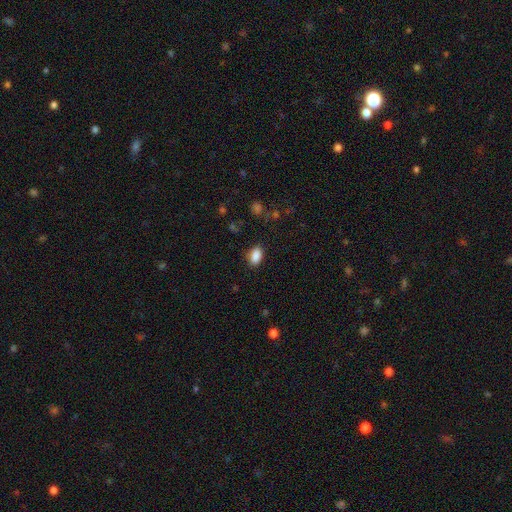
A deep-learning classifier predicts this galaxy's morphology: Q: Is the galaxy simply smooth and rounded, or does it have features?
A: smooth — 89%.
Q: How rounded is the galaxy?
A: in between — 90%.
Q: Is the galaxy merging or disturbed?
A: none — 85%.